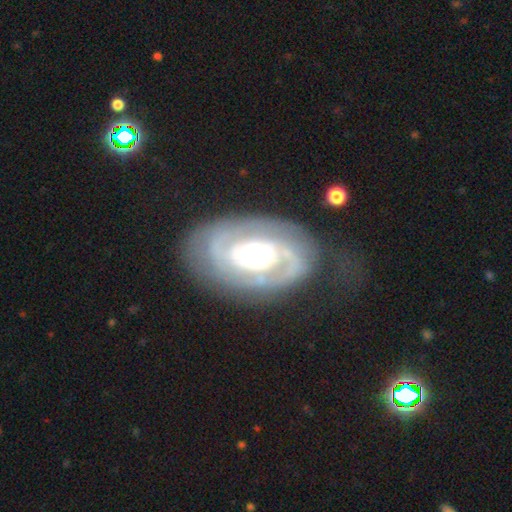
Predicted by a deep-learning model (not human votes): A featured or disk galaxy (88%) with no bar (63%), 2 (69%) tight (64%) spiral arms (94%) and a moderate central bulge (56%).

Vote fractions:
- Smooth or featured? featured or disk: 88% / smooth: 8% / star or artifact: 4%
- Edge-on disk? no: 97% / yes: 3%
- Bar? no: 63% / weak: 25% / strong: 12%
- Spiral arms? yes: 94% / no: 6%
- Spiral winding? tight: 64% / medium: 28% / loose: 8%
- Spiral arm count? 2: 69% / can't tell: 13% / 3: 8% / 1: 5% / 4: 3% / more than 4: 3%
- Bulge size? moderate: 56% / large: 25% / small: 15% / dominant: 3% / none: 1%
- Merging? none: 72% / minor disturbance: 17% / major disturbance: 10% / merger: 2%